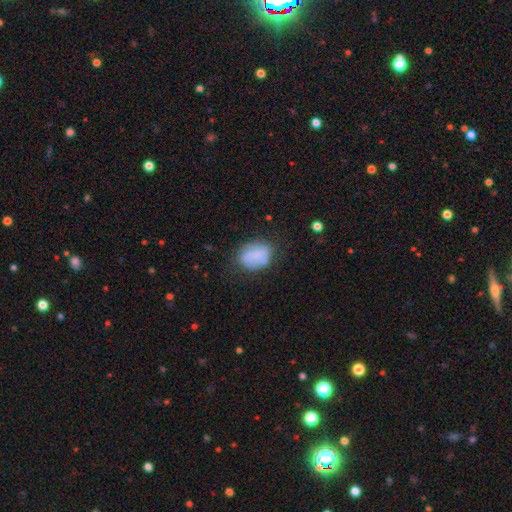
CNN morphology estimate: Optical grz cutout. It shows a smooth galaxy with no disk features (77%) that is in between round and cigar-shaped (63%). Merging: none (64%).